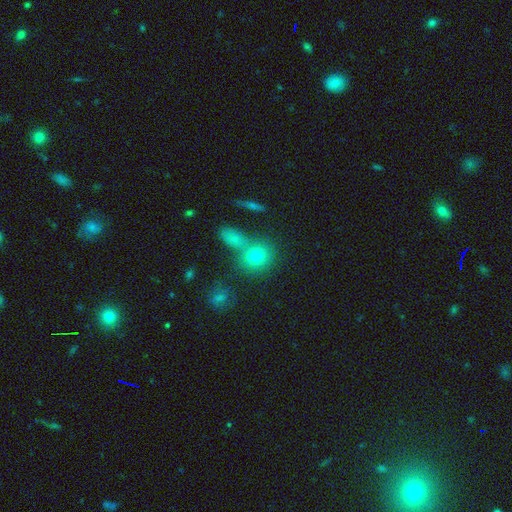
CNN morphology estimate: smooth_or_featured: smooth (p=0.75) [alt: star or artifact p=0.13]
how_rounded: round (p=0.76) [alt: in between p=0.22]
merging: none (p=0.54) [alt: merger p=0.31]